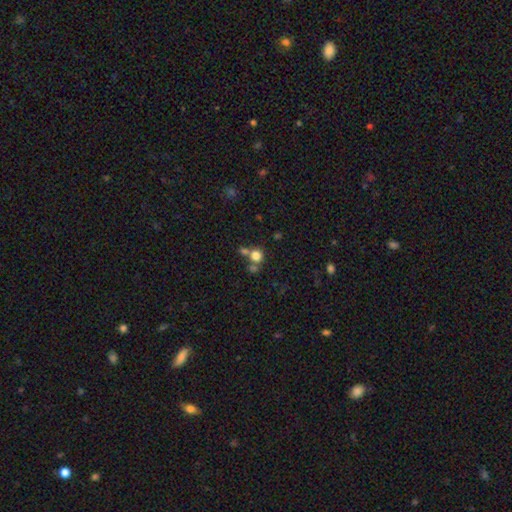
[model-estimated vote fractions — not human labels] A smooth galaxy with no disk features (77%) that is round (86%). Merging: none (53%).